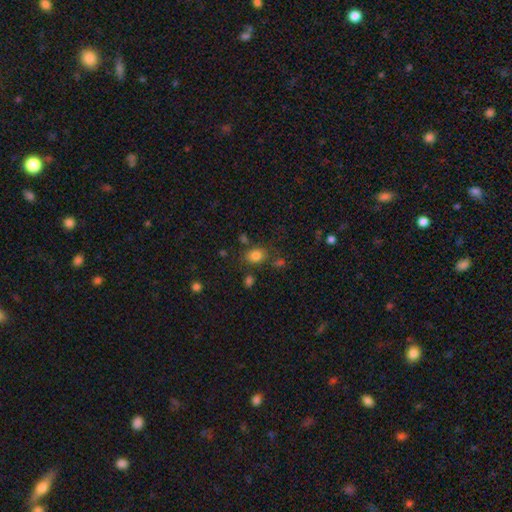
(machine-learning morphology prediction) Smooth or featured? smooth (81%)
How rounded? in between (53%)
Merging? none (73%)